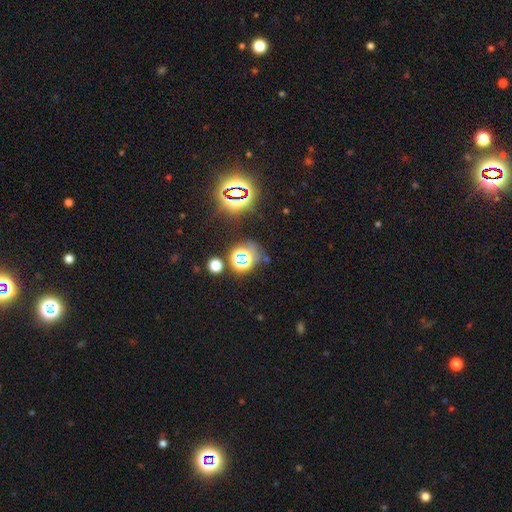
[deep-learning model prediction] Overall: star or artifact (65%; smooth 26%).